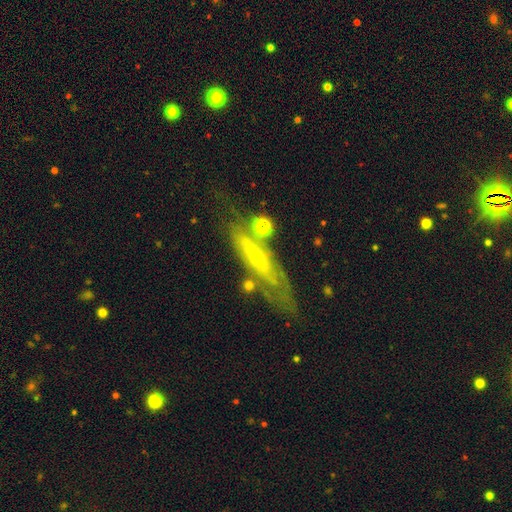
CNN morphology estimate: smooth_or_featured: featured or disk (p=0.68) [alt: smooth p=0.24]
disk_edge_on: no (p=0.59) [alt: yes p=0.41]
merging: none (p=0.51) [alt: minor disturbance p=0.24]